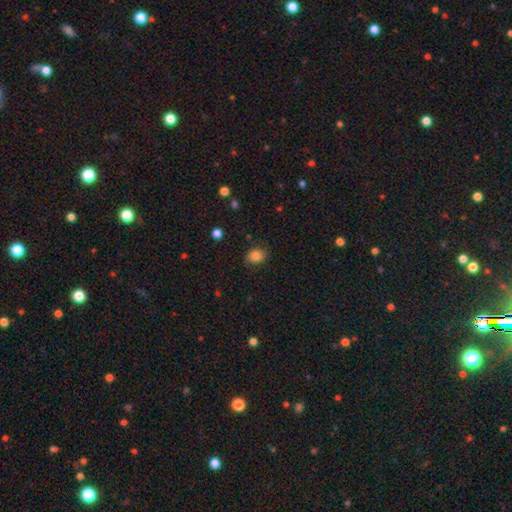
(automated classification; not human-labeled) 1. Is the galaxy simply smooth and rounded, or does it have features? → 81% smooth, 11% star or artifact, 8% featured or disk.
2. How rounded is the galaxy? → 58% round, 42% in between, 1% cigar-shaped.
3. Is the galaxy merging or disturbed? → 74% none, 20% minor disturbance, 5% major disturbance, 1% merger.